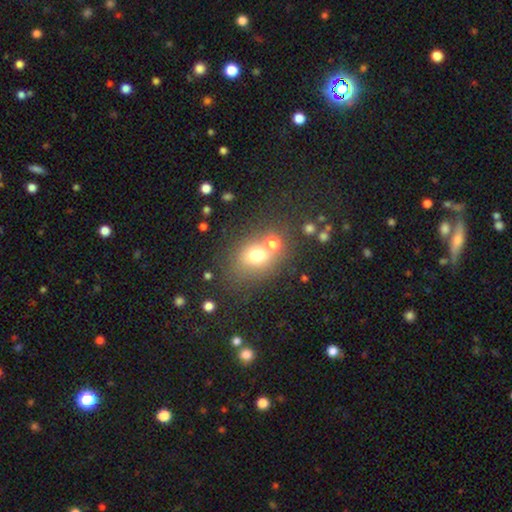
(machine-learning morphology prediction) smooth-or-featured: smooth: 68% | star or artifact: 17% | featured or disk: 15%
  how-rounded: in between: 51% | round: 48% | cigar-shaped: 1%
  merging: none: 54% | merger: 27% | minor disturbance: 13% | major disturbance: 6%